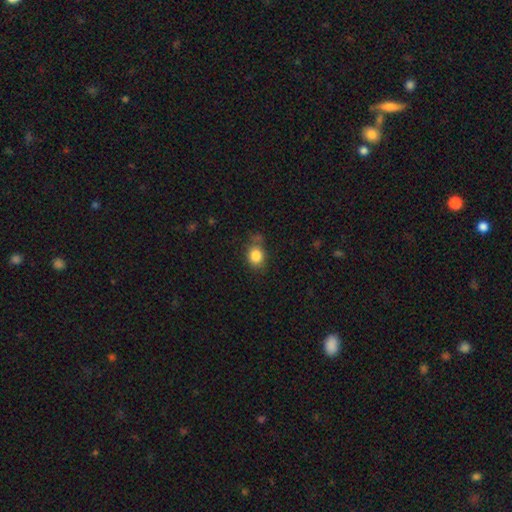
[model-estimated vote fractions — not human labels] This is clearly a smooth galaxy (84%). How rounded: possibly round (57%). Merging: likely none (67%).